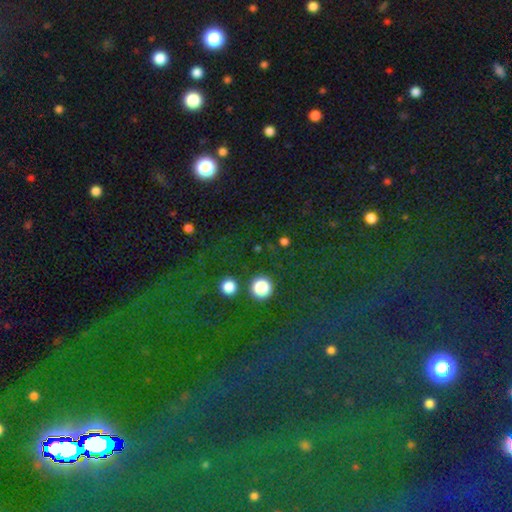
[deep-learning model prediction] The model was most divided on "smooth or featured": star or artifact: 75%, smooth: 16%, featured or disk: 9%.